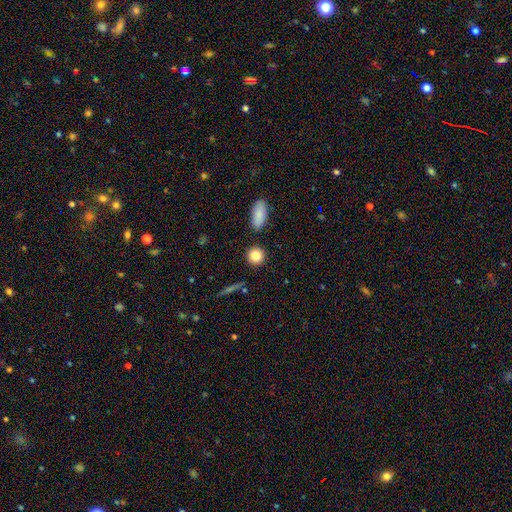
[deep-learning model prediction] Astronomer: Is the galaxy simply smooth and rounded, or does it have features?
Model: smooth — 85%.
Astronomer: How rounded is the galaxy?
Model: round — 87%.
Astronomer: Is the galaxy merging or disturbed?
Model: none — 87%.